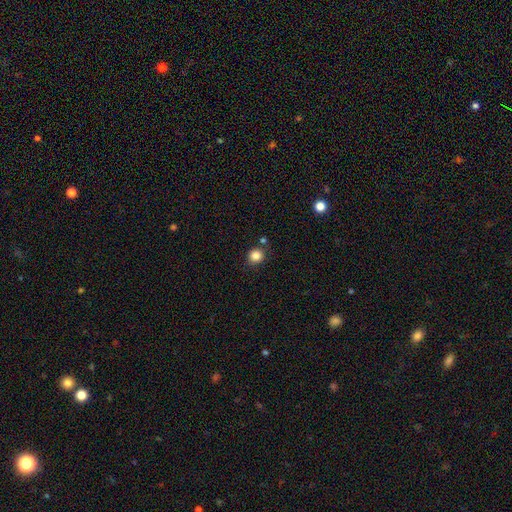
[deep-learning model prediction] This appears to be a smooth galaxy with no disk features (84%) that is round (84%). Merging: none (80%).